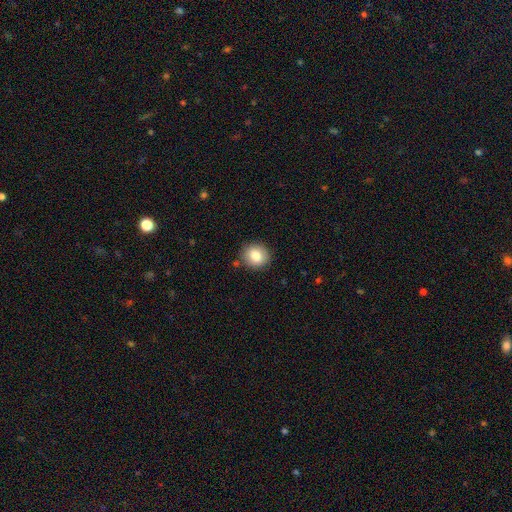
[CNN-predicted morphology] Smooth or featured? Predicted: smooth (p=0.84). How rounded? Predicted: round (p=0.79). Merging? Predicted: none (p=0.86).